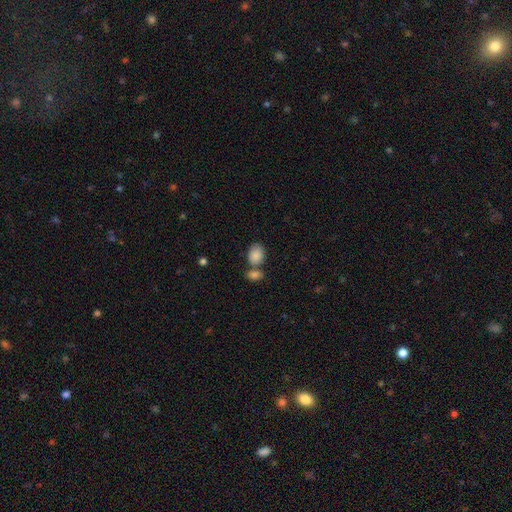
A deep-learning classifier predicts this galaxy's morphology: This appears to be a smooth galaxy with no disk features (87%) that is in between round and cigar-shaped (69%). Merging: none (47%).